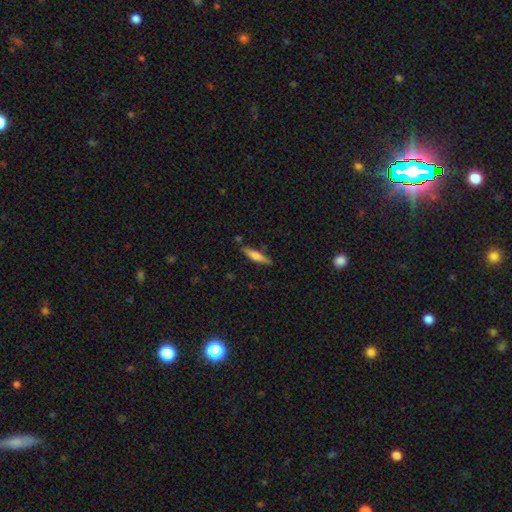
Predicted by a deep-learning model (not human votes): smooth_or_featured: smooth (p=0.62) [alt: featured or disk p=0.32]
how_rounded: cigar-shaped (p=0.85) [alt: in between p=0.14]
merging: none (p=0.83) [alt: minor disturbance p=0.11]